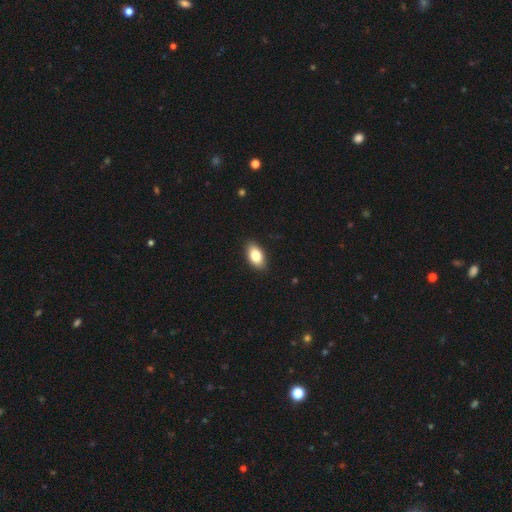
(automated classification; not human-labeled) This appears to be a smooth galaxy with no disk features (81%) that is in between round and cigar-shaped (91%). Merging: none (88%).